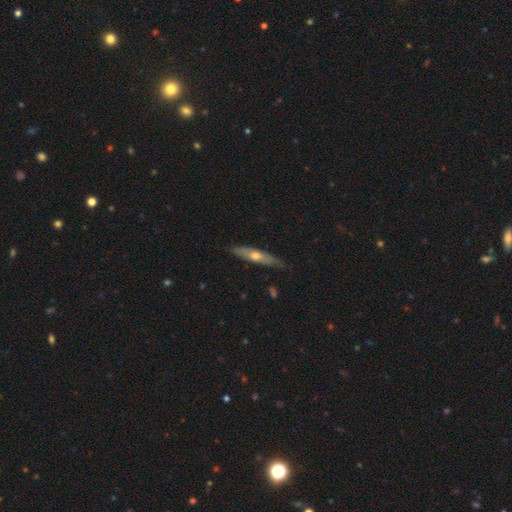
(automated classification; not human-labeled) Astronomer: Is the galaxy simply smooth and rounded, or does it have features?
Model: featured or disk — 49% (runner-up: smooth, 46%).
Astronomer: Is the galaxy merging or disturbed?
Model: none — 80%.